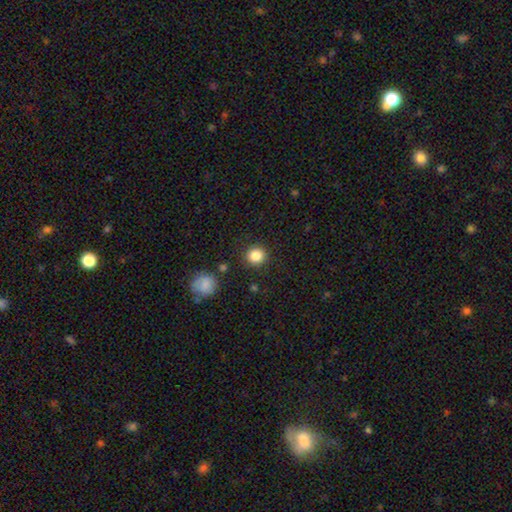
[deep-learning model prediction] smooth 85%, star or artifact 10%, featured or disk 4%. Down the decision tree: how rounded — round (89%); merging — none (89%).